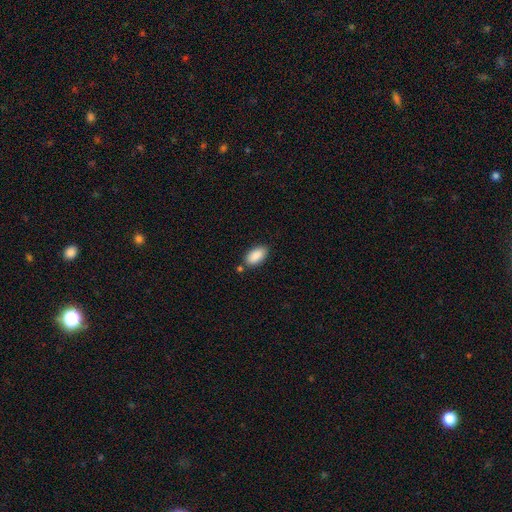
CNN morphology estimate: Smooth or featured?
  - smooth: 90% *
  - star or artifact: 6%
  - featured or disk: 4%
How rounded?
  - in between: 94% *
  - cigar-shaped: 3%
  - round: 3%
Merging?
  - none: 77% *
  - minor disturbance: 13%
  - merger: 6%
  - major disturbance: 3%